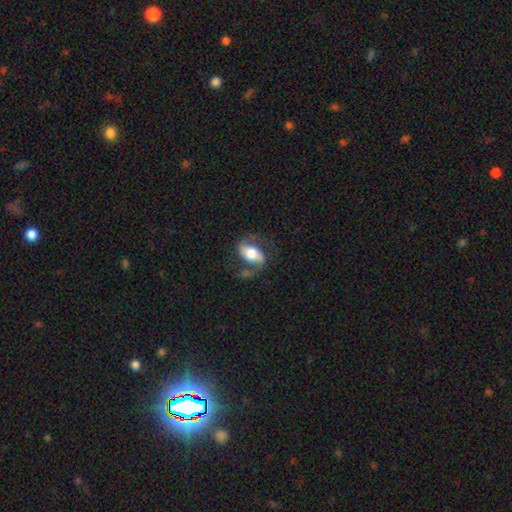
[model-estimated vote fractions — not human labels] Morphology: type=featured or disk (72%); edge-on=no (93%); bar=strong (37%); spiral arms=yes (89%); winding=loose (43%); arm count=2 (89%); bulge=moderate (53%); merging=none (65%).